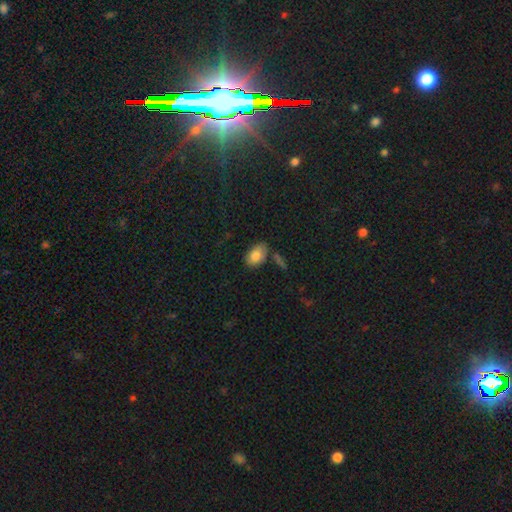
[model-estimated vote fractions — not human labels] smooth 81%, featured or disk 11%, star or artifact 8%. Down the decision tree: how rounded — in between (90%); merging — none (67%).